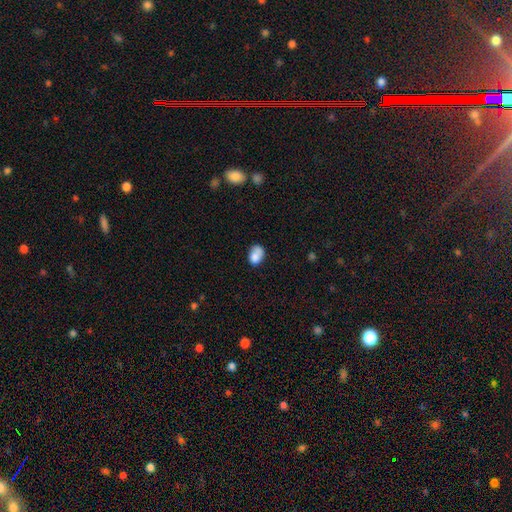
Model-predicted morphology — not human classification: The model was most divided on "merging": none: 52%, minor disturbance: 30%, major disturbance: 9%, merger: 9%. More confident: smooth or featured — smooth (81%); how rounded — in between (77%).